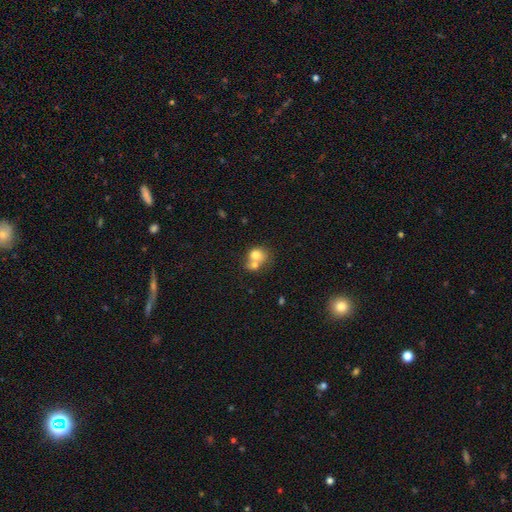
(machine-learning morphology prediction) This is likely a smooth galaxy (72%). How rounded: possibly round (59%). Merging: likely merger (66%).